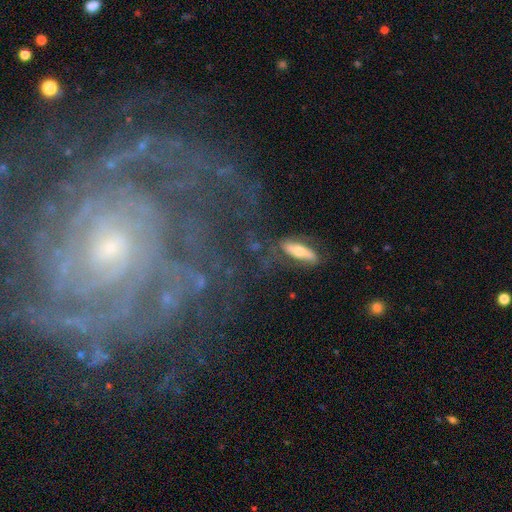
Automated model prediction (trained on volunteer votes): This appears to be a featured or disk galaxy (87%) with no bar (71%), tight (75%) spiral arms (96%) and a small central bulge (67%). Merging: none (71%).